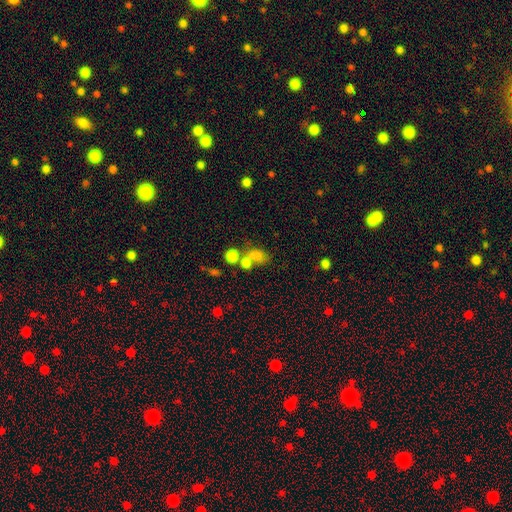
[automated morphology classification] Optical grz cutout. It shows a smooth galaxy with no disk features (74%) that is in between round and cigar-shaped (65%). Merging: merger (42%).